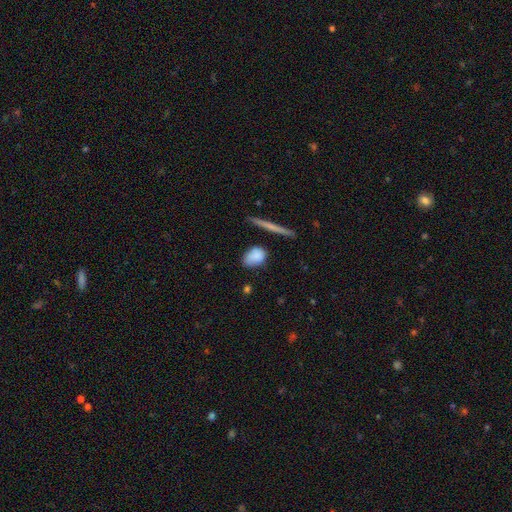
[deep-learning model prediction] Q: Smooth or featured?
A: smooth (82%); runner-up: featured or disk (11%)
Q: How rounded?
A: in between (68%); runner-up: round (25%)
Q: Merging?
A: none (65%); runner-up: minor disturbance (24%)